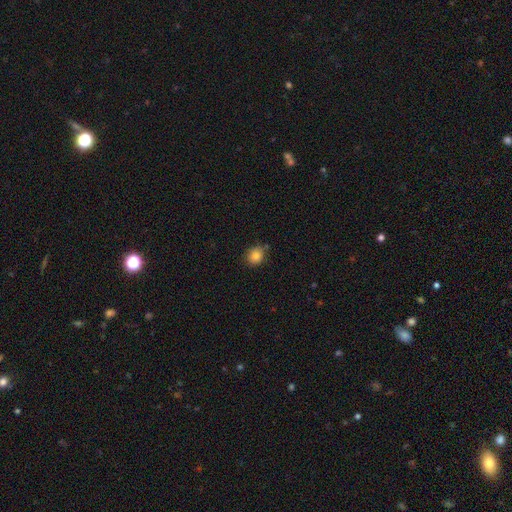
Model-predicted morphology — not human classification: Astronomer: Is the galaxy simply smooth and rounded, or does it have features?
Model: smooth — 84%.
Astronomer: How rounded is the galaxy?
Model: round — 72%.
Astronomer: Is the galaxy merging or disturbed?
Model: none — 78%.